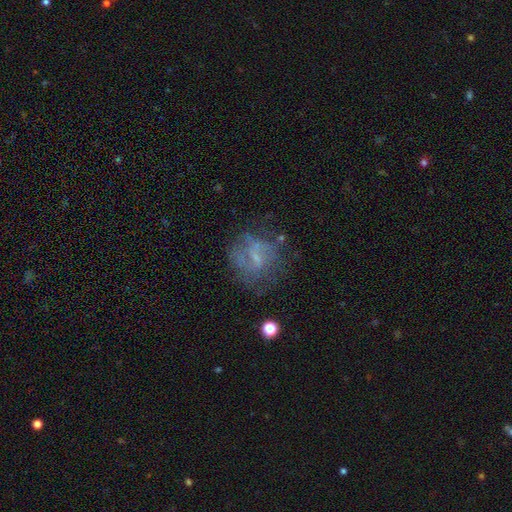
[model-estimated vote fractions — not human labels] Smooth or featured? featured or disk (55%)
Edge-on disk? no (97%)
Bar? no (45%)
Spiral arms? no (55%)
Bulge size? small (50%)
Merging? none (56%)